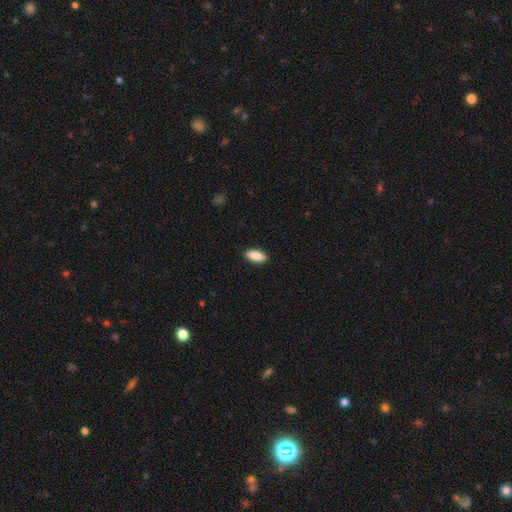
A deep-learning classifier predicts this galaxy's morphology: smooth_or_featured: smooth (p=0.89) [alt: star or artifact p=0.06]
how_rounded: in between (p=0.84) [alt: cigar-shaped p=0.14]
merging: none (p=0.90) [alt: minor disturbance p=0.08]